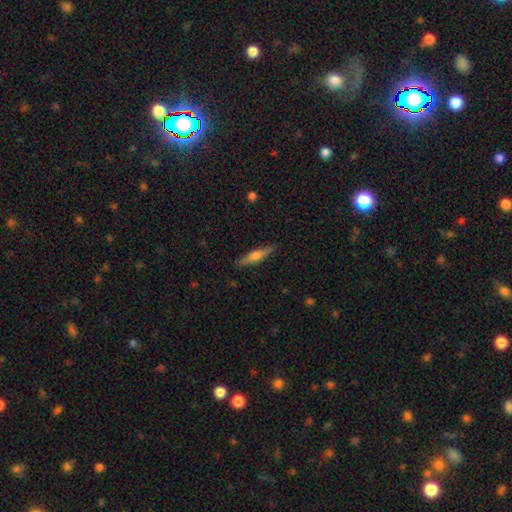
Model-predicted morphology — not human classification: Q: Smooth or featured?
A: smooth (56%); runner-up: featured or disk (38%)
Q: How rounded?
A: cigar-shaped (81%); runner-up: in between (17%)
Q: Merging?
A: none (87%); runner-up: minor disturbance (9%)